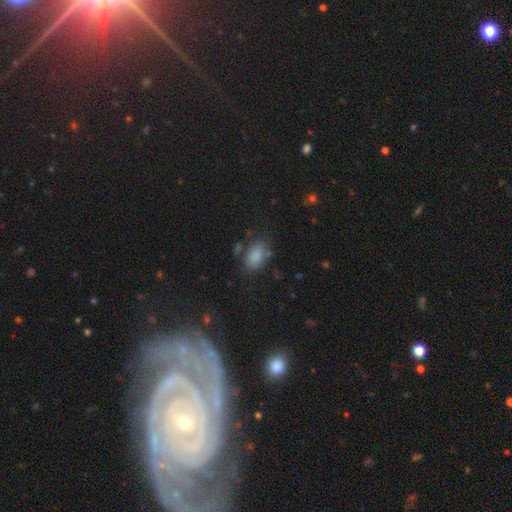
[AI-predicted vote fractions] Q: Smooth or featured?
A: smooth (85%); runner-up: star or artifact (9%)
Q: How rounded?
A: in between (89%); runner-up: round (9%)
Q: Merging?
A: none (70%); runner-up: minor disturbance (17%)